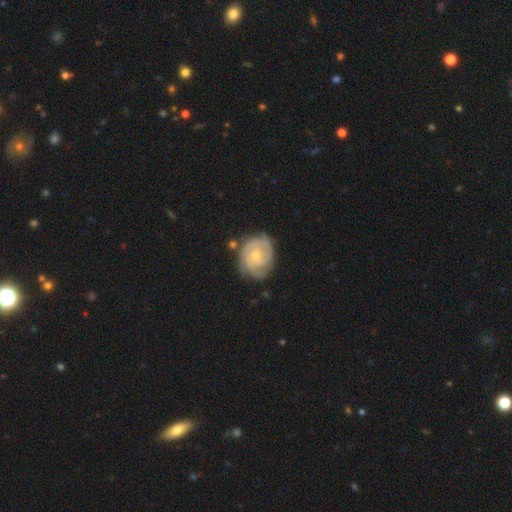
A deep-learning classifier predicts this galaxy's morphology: A featured or disk galaxy (82%) with no bar (74%), 3 (33%) tight (70%) spiral arms (95%) and a small central bulge (68%). Merging: none (68%).